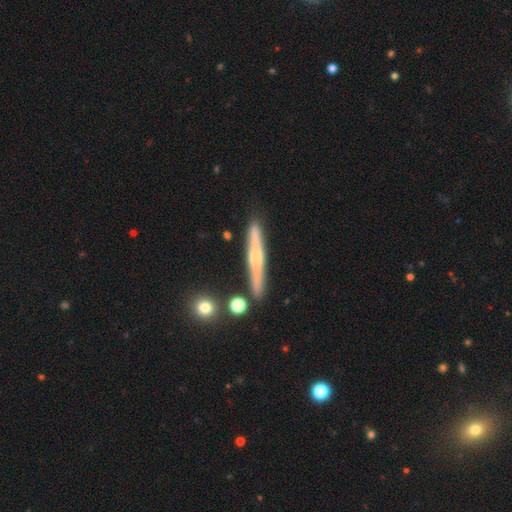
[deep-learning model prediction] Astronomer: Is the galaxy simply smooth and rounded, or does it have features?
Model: featured or disk — 57% (runner-up: smooth, 35%).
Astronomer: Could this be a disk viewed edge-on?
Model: yes — 94%.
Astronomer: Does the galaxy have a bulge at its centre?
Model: rounded — 50% (runner-up: none, 38%).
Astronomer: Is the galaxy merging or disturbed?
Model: none — 83%.